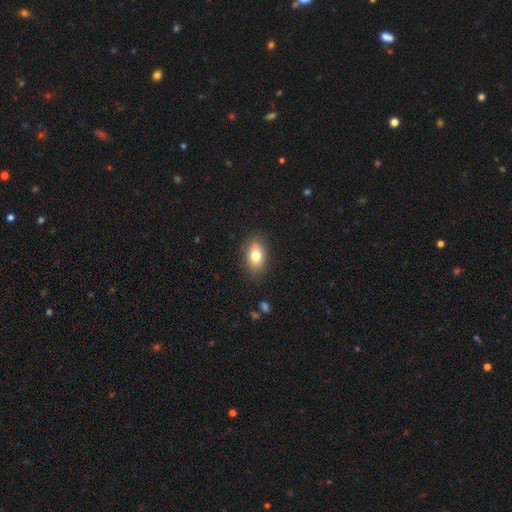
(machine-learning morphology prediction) Smooth or featured? smooth (76%)
How rounded? in between (79%)
Merging? none (74%)